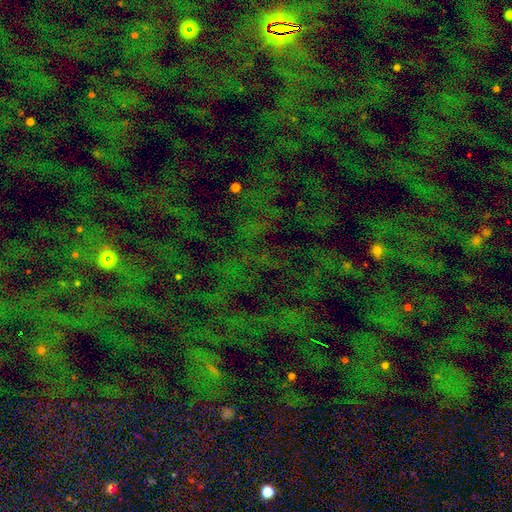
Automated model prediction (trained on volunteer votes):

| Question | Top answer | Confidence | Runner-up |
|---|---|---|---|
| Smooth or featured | star or artifact | 71% | smooth (19%) |